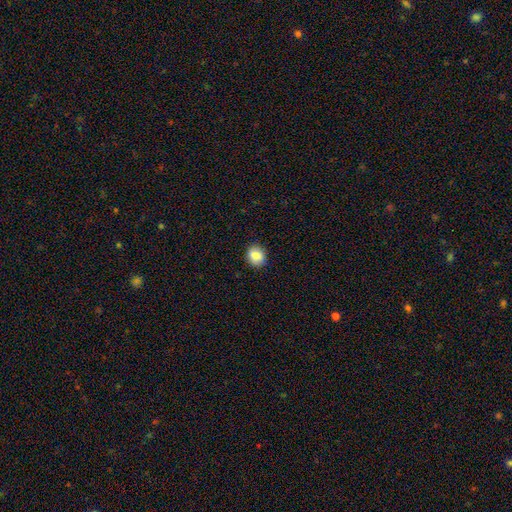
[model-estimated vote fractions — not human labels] smooth 87%, star or artifact 8%, featured or disk 5%. Down the decision tree: how rounded — round (70%); merging — none (86%).